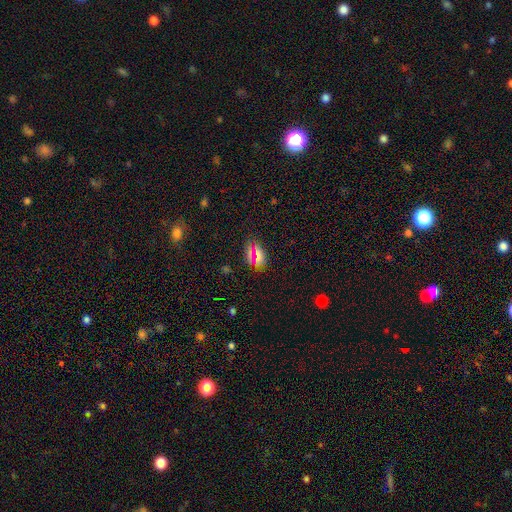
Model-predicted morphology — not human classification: smooth_or_featured: smooth (p=0.68) [alt: star or artifact p=0.23]
how_rounded: in between (p=0.80) [alt: round p=0.13]
merging: none (p=0.81) [alt: minor disturbance p=0.13]